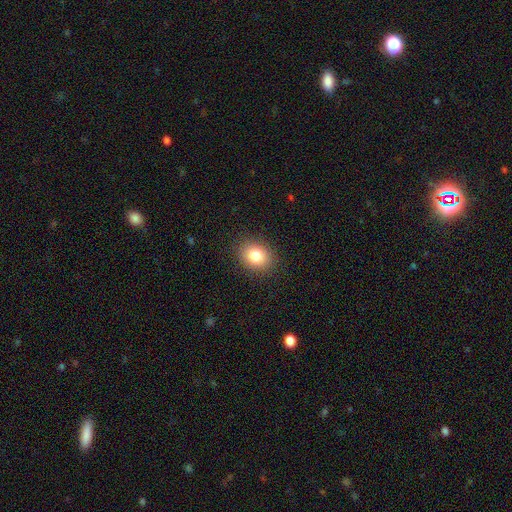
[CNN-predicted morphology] Smooth or featured?
  - smooth: 83% *
  - star or artifact: 10%
  - featured or disk: 8%
How rounded?
  - in between: 50% *
  - round: 49%
  - cigar-shaped: 1%
Merging?
  - none: 88% *
  - minor disturbance: 8%
  - major disturbance: 3%
  - merger: 1%